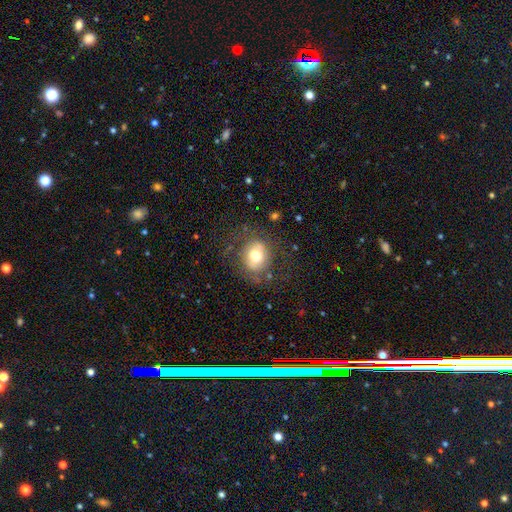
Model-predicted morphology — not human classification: A smooth galaxy with no disk features (61%) that is round (65%). Merging: none (69%).